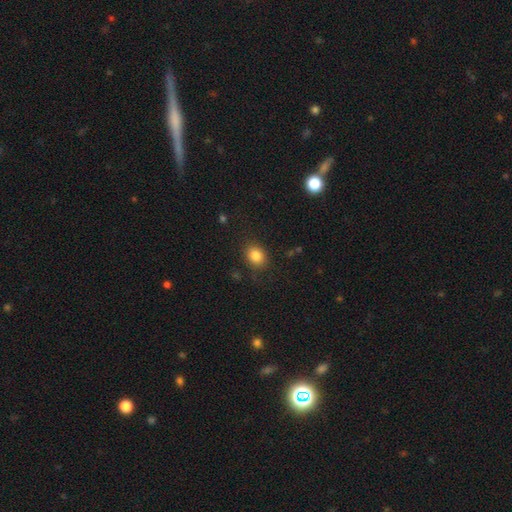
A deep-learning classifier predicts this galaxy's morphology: Smooth or featured? smooth (83%)
How rounded? round (53%)
Merging? none (82%)